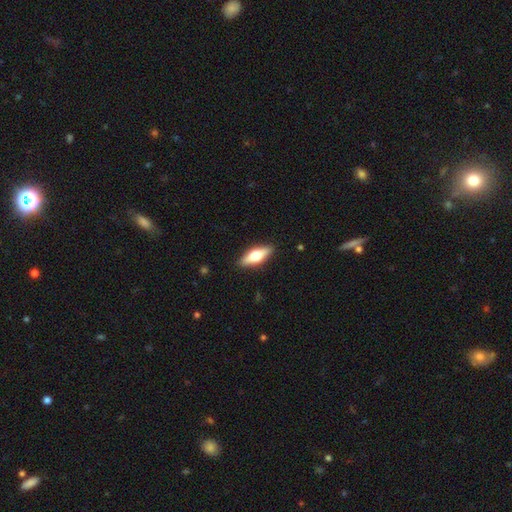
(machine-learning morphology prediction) Smooth or featured? Predicted: smooth (p=0.52). How rounded? Predicted: in between (p=0.58). Merging? Predicted: none (p=0.89).